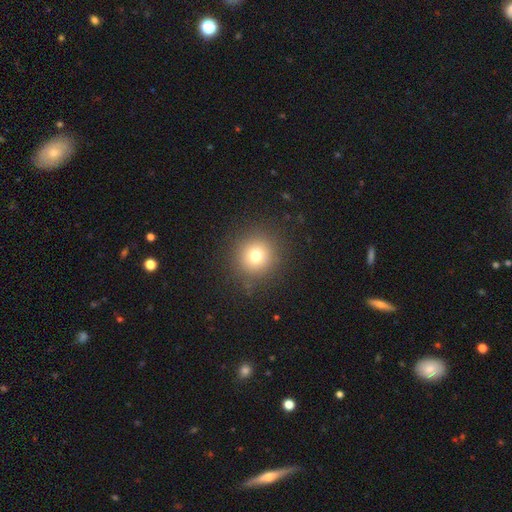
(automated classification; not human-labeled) Smooth or featured: smooth — 75% (star or artifact — 15%)
How rounded: round — 94% (in between — 5%)
Merging: none — 89% (minor disturbance — 7%)